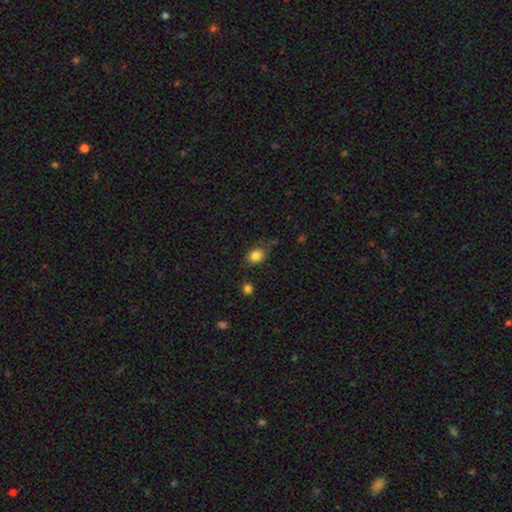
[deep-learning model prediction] Q: Smooth or featured?
A: smooth (83%); runner-up: star or artifact (10%)
Q: How rounded?
A: round (49%); tied with: in between (49%)
Q: Merging?
A: none (67%); runner-up: minor disturbance (22%)